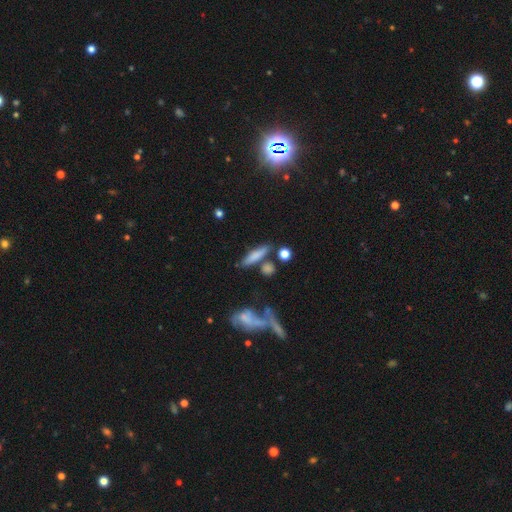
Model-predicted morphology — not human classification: This is likely a smooth galaxy (71%). How rounded: likely cigar-shaped (73%). Merging: likely none (67%).